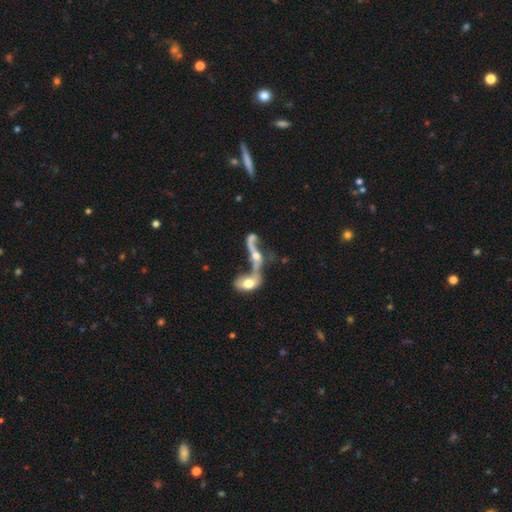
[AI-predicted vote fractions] smooth_or_featured: featured or disk (p=0.70) [alt: smooth p=0.19]
disk_edge_on: no (p=0.80) [alt: yes p=0.20]
bar: no (p=0.62) [alt: weak p=0.27]
has_spiral_arms: yes (p=0.73) [alt: no p=0.27]
bulge_size: moderate (p=0.54) [alt: small p=0.27]
merging: merger (p=0.66) [alt: none p=0.16]